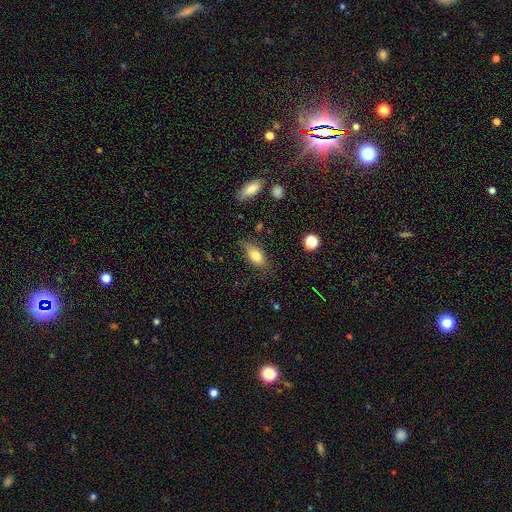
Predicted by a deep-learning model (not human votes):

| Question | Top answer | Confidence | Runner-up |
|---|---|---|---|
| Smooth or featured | smooth | 75% | featured or disk (17%) |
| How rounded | in between | 83% | cigar-shaped (12%) |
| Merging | none | 69% | minor disturbance (23%) |